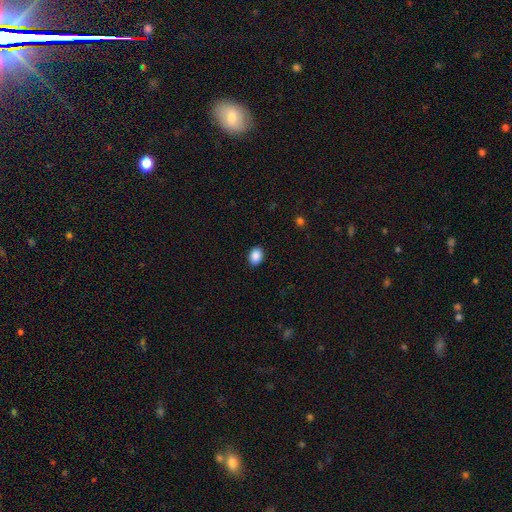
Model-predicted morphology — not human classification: Smooth or featured?
  - smooth: 89% *
  - star or artifact: 8%
  - featured or disk: 3%
How rounded?
  - in between: 69% *
  - round: 30%
  - cigar-shaped: 1%
Merging?
  - none: 90% *
  - minor disturbance: 7%
  - major disturbance: 2%
  - merger: 1%